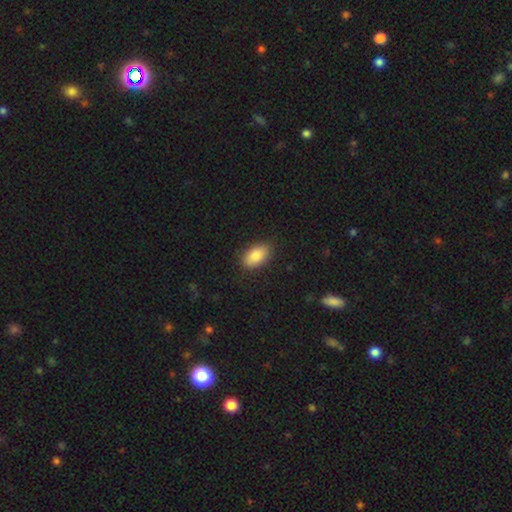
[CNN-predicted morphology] Smooth or featured: smooth — 88% (star or artifact — 7%)
How rounded: in between — 93% (round — 4%)
Merging: none — 85% (minor disturbance — 11%)